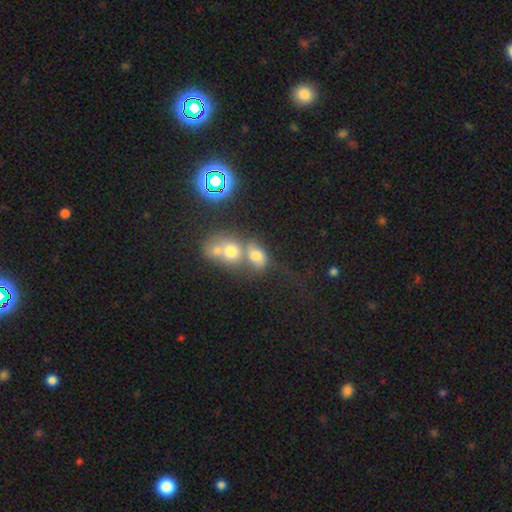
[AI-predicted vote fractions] Smooth or featured?
  - smooth: 65% *
  - featured or disk: 17%
  - star or artifact: 17%
How rounded?
  - in between: 54% *
  - round: 44%
  - cigar-shaped: 2%
Merging?
  - merger: 55% *
  - none: 27%
  - minor disturbance: 10%
  - major disturbance: 9%